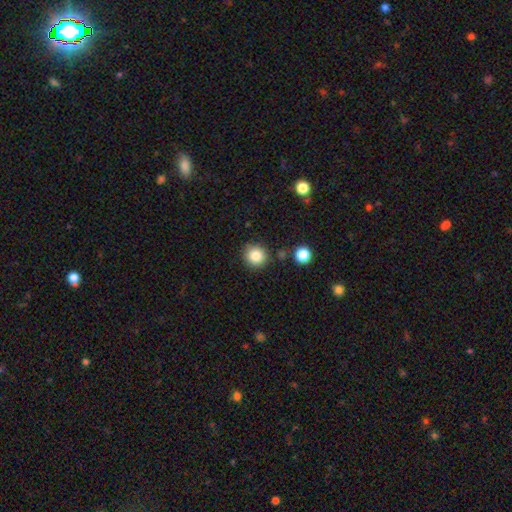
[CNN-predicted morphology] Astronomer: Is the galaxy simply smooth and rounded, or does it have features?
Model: smooth — 85%.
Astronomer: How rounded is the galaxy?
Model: round — 90%.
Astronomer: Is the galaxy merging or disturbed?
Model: none — 85%.